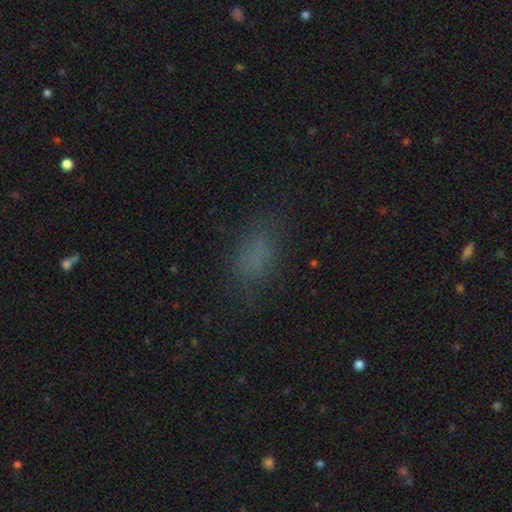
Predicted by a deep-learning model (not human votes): A smooth galaxy with no disk features (74%) that is in between round and cigar-shaped (83%).

Vote fractions:
- Smooth or featured? smooth: 74% / star or artifact: 17% / featured or disk: 9%
- How rounded? in between: 83% / cigar-shaped: 9% / round: 8%
- Merging? none: 75% / minor disturbance: 16% / major disturbance: 8% / merger: 1%